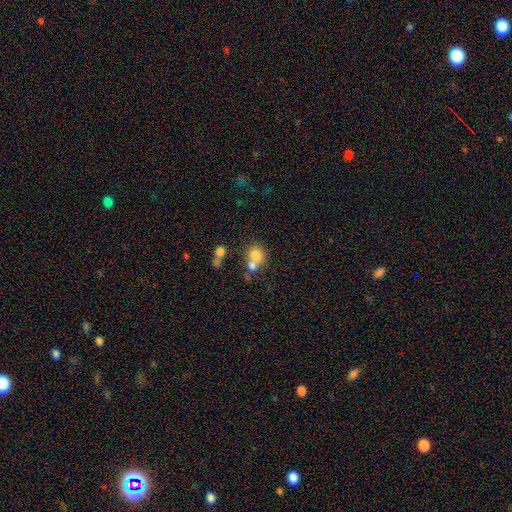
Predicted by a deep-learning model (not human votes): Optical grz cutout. It shows a smooth galaxy with no disk features (74%) that is round (68%). Merging: merger (55%).